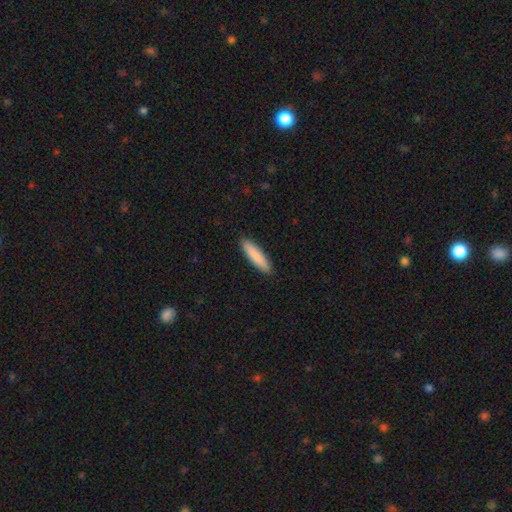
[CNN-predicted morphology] Q: Smooth or featured?
A: smooth (87%); runner-up: featured or disk (8%)
Q: How rounded?
A: cigar-shaped (76%); runner-up: in between (23%)
Q: Merging?
A: none (91%); runner-up: minor disturbance (7%)